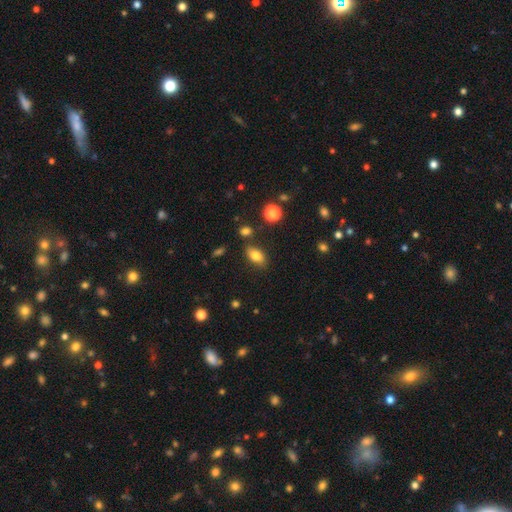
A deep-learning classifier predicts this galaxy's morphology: The model was most divided on "merging": none: 79%, minor disturbance: 13%, merger: 5%, major disturbance: 3%. More confident: how rounded — in between (87%); smooth or featured — smooth (80%).